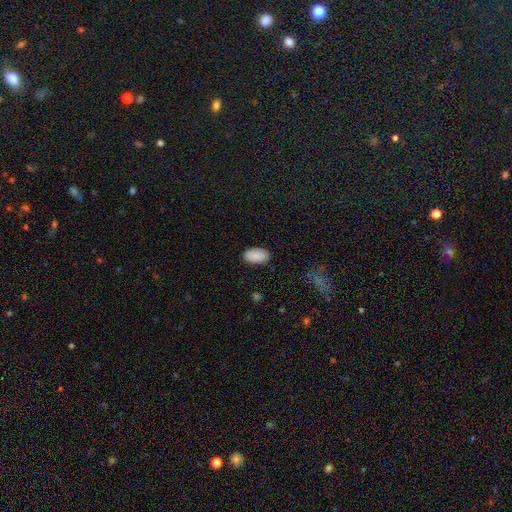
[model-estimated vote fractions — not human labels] The model was most divided on "merging": none: 86%, minor disturbance: 10%, major disturbance: 2%, merger: 1%. More confident: how rounded — in between (95%); smooth or featured — smooth (89%).